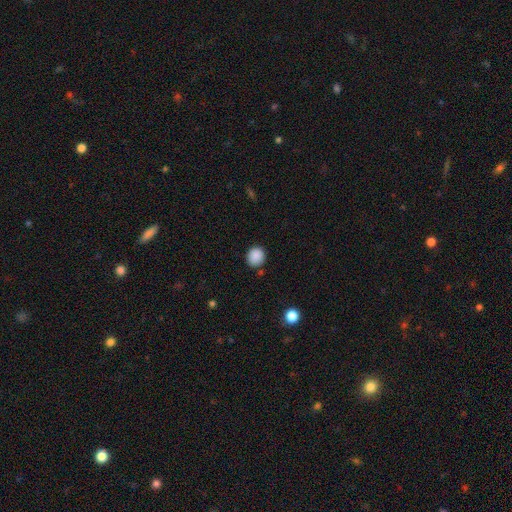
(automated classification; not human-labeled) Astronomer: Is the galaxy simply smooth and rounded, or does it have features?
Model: smooth — 88%.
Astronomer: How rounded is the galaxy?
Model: round — 86%.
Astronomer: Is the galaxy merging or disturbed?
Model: none — 84%.